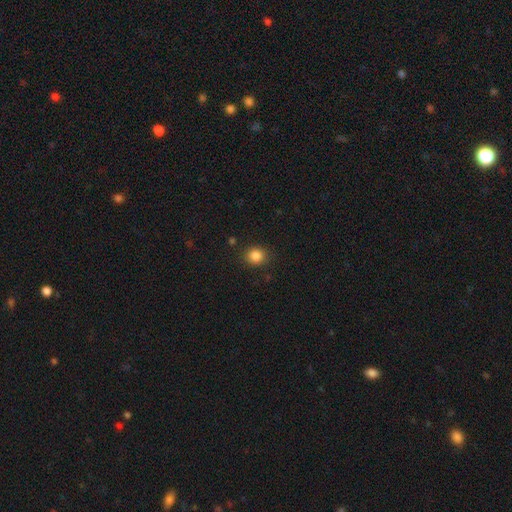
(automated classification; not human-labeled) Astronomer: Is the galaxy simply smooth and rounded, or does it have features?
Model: smooth — 85%.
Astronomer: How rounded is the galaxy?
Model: round — 79%.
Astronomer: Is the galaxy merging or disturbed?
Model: none — 87%.